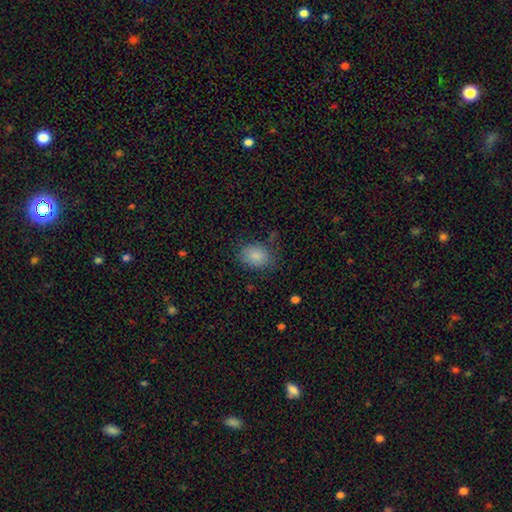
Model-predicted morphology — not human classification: Q: Smooth or featured?
A: smooth (86%); runner-up: star or artifact (8%)
Q: How rounded?
A: in between (66%); runner-up: round (33%)
Q: Merging?
A: none (75%); runner-up: minor disturbance (18%)